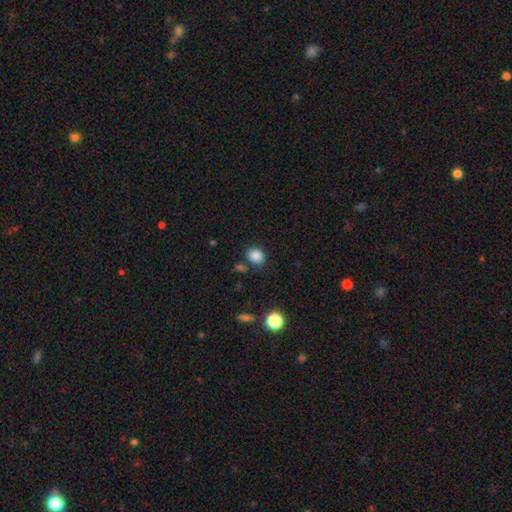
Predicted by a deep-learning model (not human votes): smooth_or_featured: smooth (p=0.85) [alt: star or artifact p=0.11]
how_rounded: round (p=0.64) [alt: in between p=0.35]
merging: none (p=0.78) [alt: minor disturbance p=0.12]